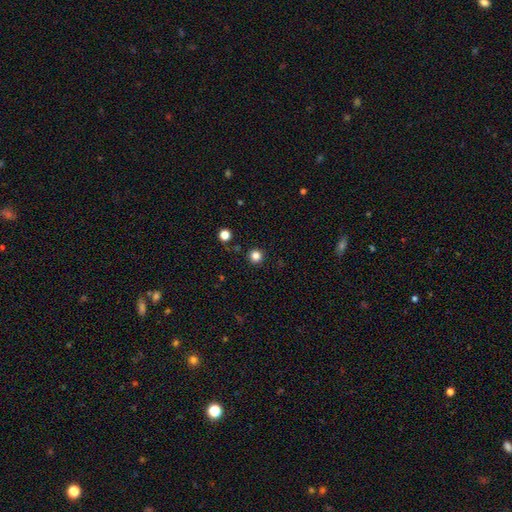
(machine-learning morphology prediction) The model was most divided on "smooth or featured": smooth: 83%, star or artifact: 13%, featured or disk: 4%. More confident: how rounded — round (96%); merging — none (92%).